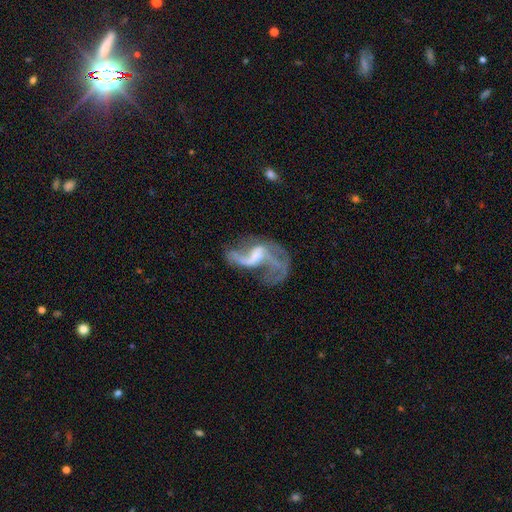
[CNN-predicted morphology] Overall: featured or disk (82%). Edge-on disk: no (97%). Bar: weak (48%; no 35%). Spiral arms: yes (86%). Spiral arm count: 2 (63%). Spiral winding: loose (75%). Bulge size: small (36%; moderate 32%). Merging: major disturbance (40%; none 36%).